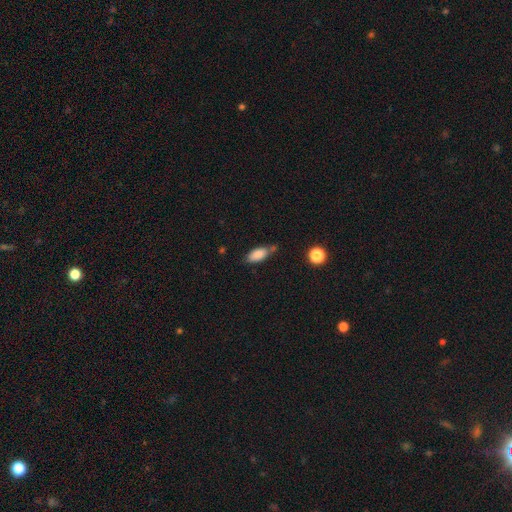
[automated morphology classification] A smooth galaxy with no disk features (85%) that is in between round and cigar-shaped (85%).

Vote fractions:
- Smooth or featured? smooth: 85% / star or artifact: 8% / featured or disk: 8%
- How rounded? in between: 85% / cigar-shaped: 12% / round: 3%
- Merging? none: 59% / minor disturbance: 24% / merger: 11% / major disturbance: 5%